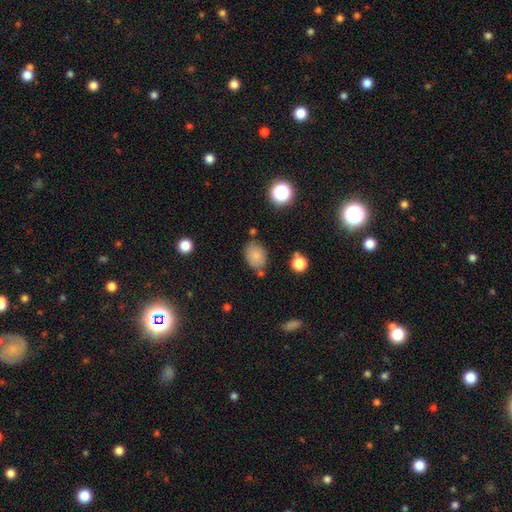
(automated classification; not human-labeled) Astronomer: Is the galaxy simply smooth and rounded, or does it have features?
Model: smooth — 80%.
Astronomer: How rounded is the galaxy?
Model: in between — 73%.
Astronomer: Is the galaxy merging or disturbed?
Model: none — 72%.